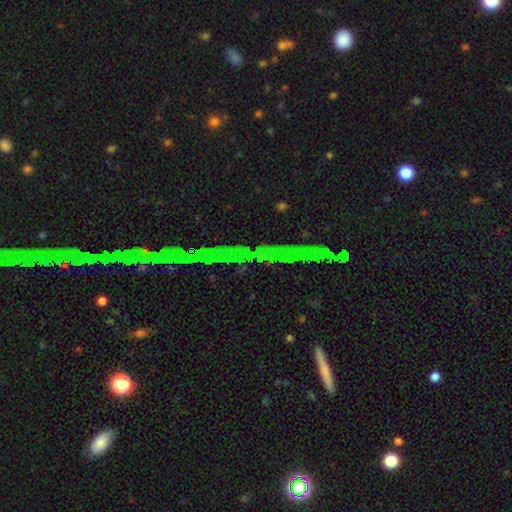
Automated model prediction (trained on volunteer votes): Smooth or featured?
  - star or artifact: 84% *
  - featured or disk: 9%
  - smooth: 8%